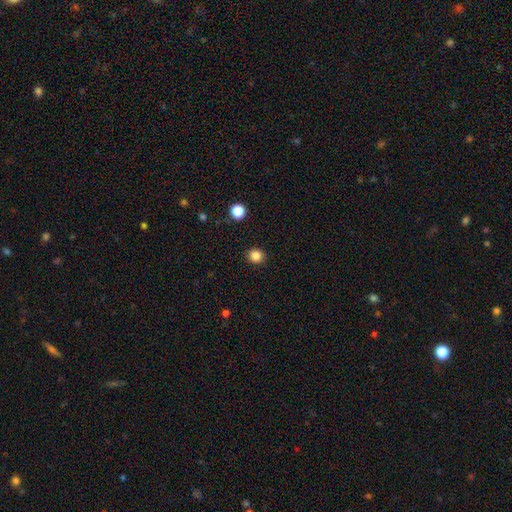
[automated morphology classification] Overall: smooth (85%). How rounded: round (85%). Merging: none (91%).